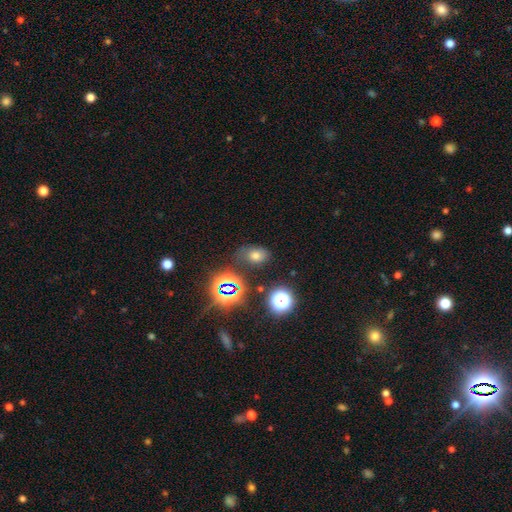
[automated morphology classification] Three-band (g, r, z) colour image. It shows a smooth galaxy with no disk features (61%) that is in between round and cigar-shaped (77%). Merging: none (72%).